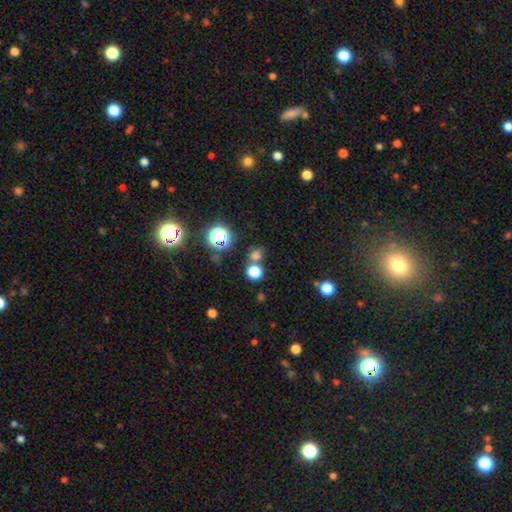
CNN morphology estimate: This is likely a smooth galaxy (62%). How rounded: likely round (73%). Merging: likely none (64%).